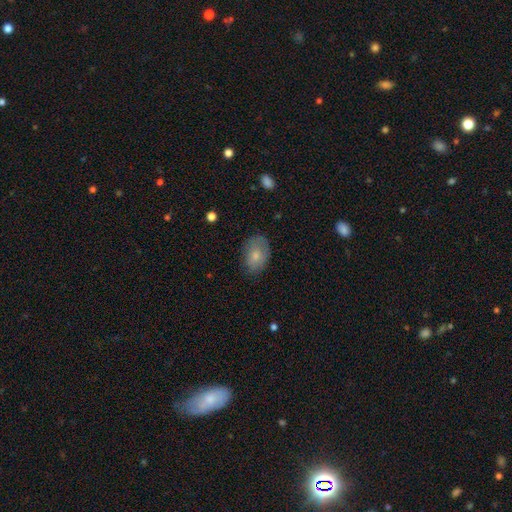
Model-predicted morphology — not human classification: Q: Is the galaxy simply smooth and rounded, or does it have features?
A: smooth — 74%.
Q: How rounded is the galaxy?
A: in between — 85%.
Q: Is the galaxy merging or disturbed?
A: none — 72%.